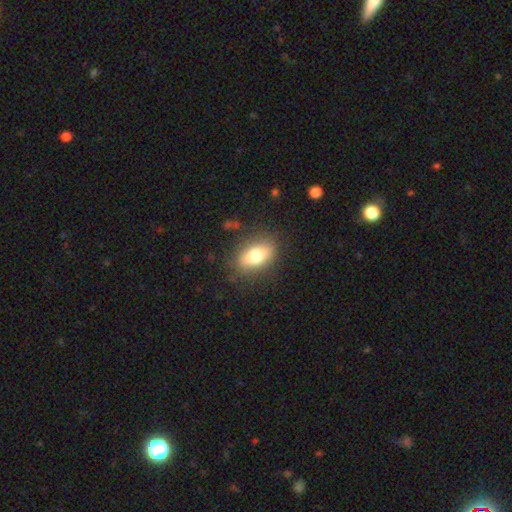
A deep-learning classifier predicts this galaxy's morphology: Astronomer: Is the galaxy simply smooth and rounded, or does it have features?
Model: smooth — 74%.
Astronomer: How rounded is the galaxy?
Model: in between — 83%.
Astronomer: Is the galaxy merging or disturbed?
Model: none — 81%.